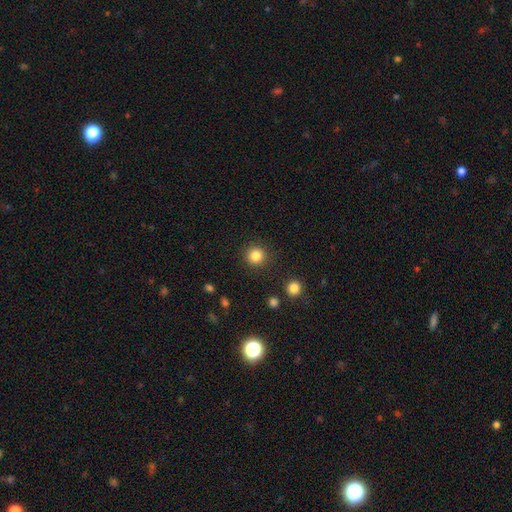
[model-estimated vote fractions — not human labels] Q: Smooth or featured?
A: smooth (84%); runner-up: star or artifact (11%)
Q: How rounded?
A: round (93%); runner-up: in between (6%)
Q: Merging?
A: none (90%); runner-up: minor disturbance (6%)